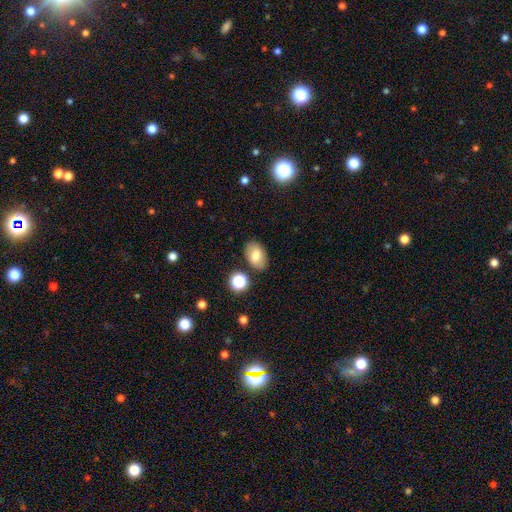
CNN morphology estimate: Overall: smooth (74%). How rounded: in between (86%). Merging: none (81%).